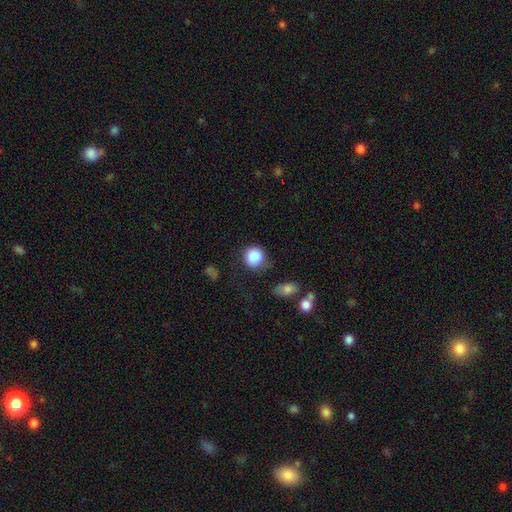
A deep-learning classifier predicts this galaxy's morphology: A smooth galaxy with no disk features (86%) that is round (87%). Merging: none (64%).